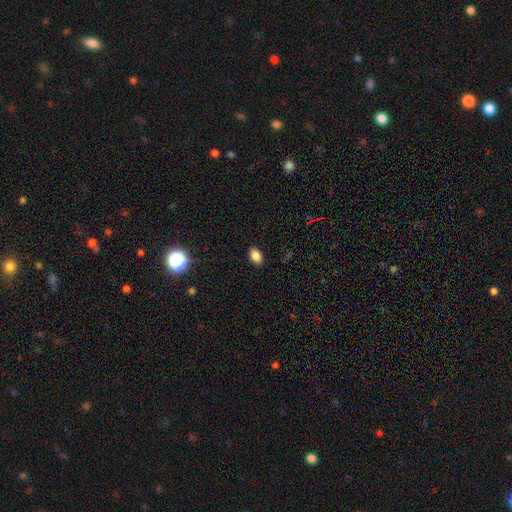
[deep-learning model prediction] This appears to be a smooth galaxy with no disk features (85%) that is in between round and cigar-shaped (89%). Merging: none (89%).